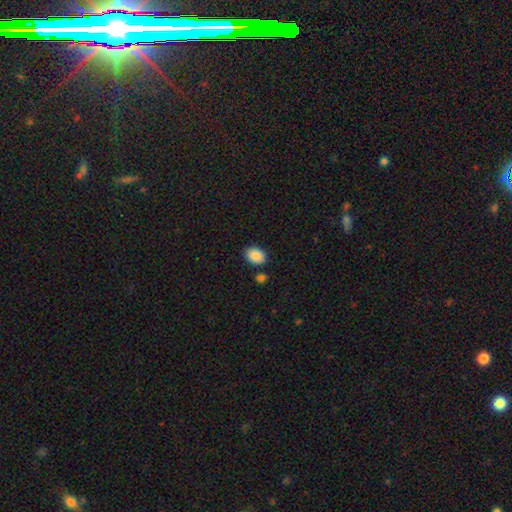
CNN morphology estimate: Smooth or featured? smooth (89%)
How rounded? in between (74%)
Merging? none (82%)